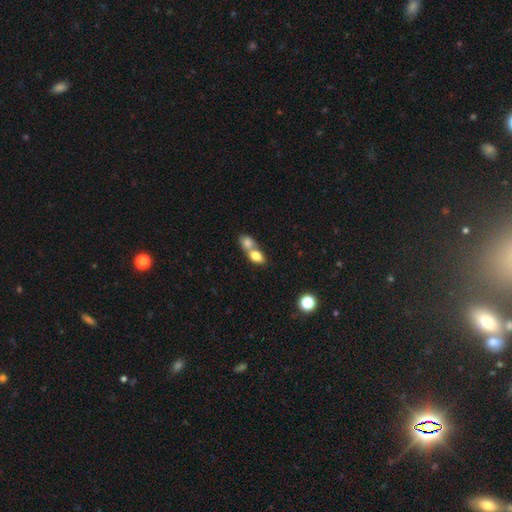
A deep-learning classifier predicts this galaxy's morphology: The model was most divided on "merging": merger: 69%, none: 22%, minor disturbance: 6%, major disturbance: 3%. More confident: smooth or featured — smooth (79%); how rounded — in between (78%).